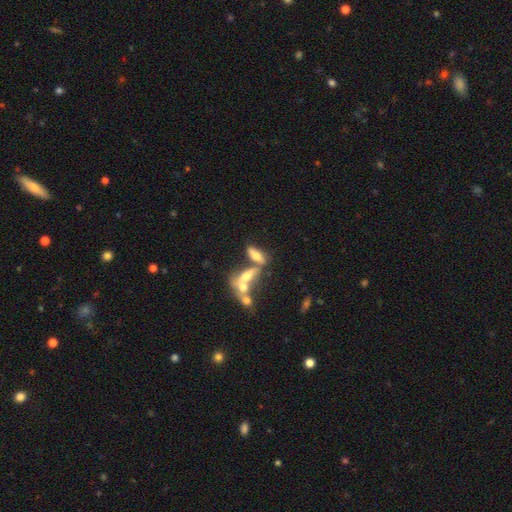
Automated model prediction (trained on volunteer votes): smooth-or-featured: smooth: 54% | featured or disk: 35% | star or artifact: 11%
  how-rounded: in between: 65% | cigar-shaped: 30% | round: 6%
  merging: merger: 50% | none: 33% | minor disturbance: 10% | major disturbance: 7%